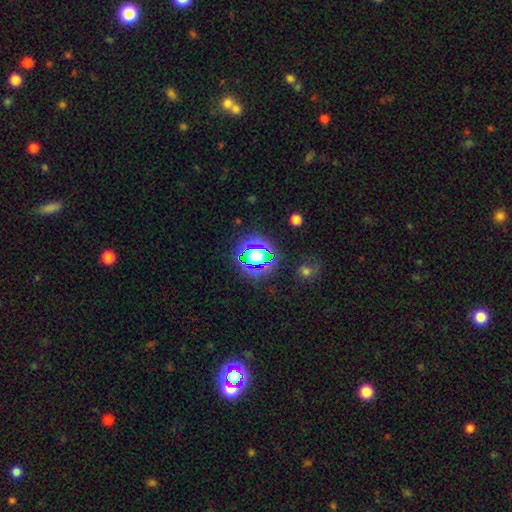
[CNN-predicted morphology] Smooth or featured?
  - star or artifact: 53% *
  - smooth: 34%
  - featured or disk: 13%